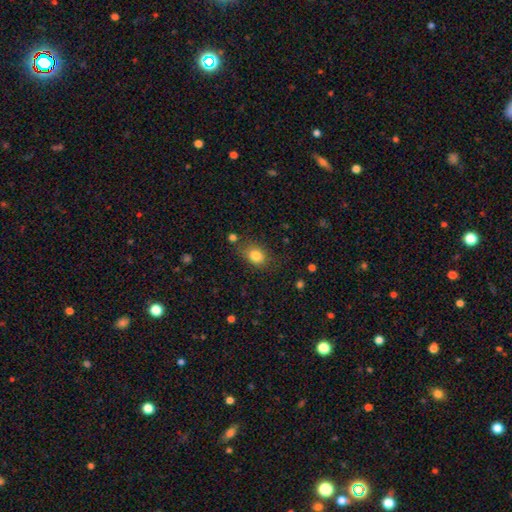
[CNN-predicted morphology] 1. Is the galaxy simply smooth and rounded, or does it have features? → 82% smooth, 10% star or artifact, 7% featured or disk.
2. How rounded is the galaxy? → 57% in between, 42% round, 1% cigar-shaped.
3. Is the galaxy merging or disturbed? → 73% none, 17% minor disturbance, 6% major disturbance, 4% merger.